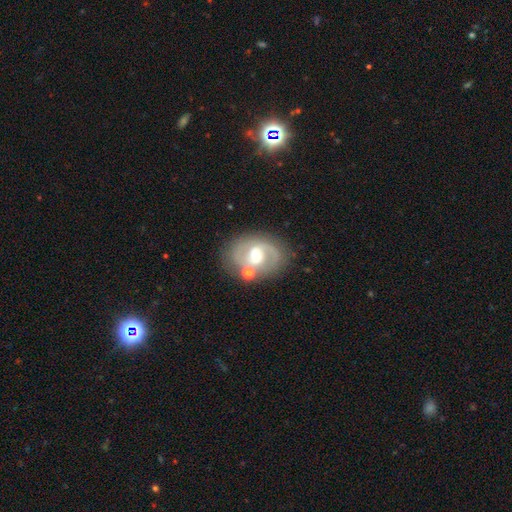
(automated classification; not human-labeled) Smooth or featured? featured or disk (77%)
Edge-on disk? no (97%)
Bar? weak (49%)
Spiral arms? yes (88%)
Spiral winding? medium (54%)
Spiral arm count? 2 (84%)
Bulge size? moderate (58%)
Merging? none (70%)